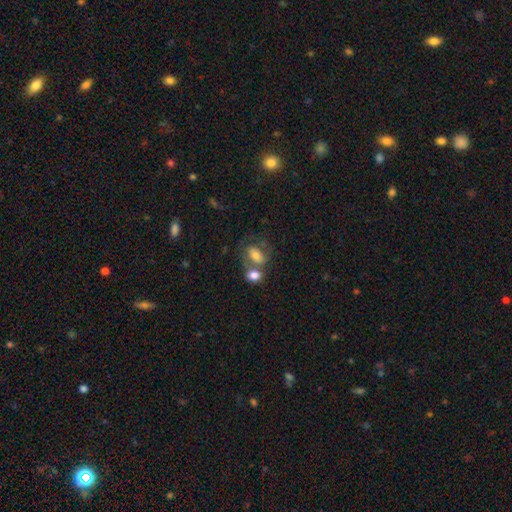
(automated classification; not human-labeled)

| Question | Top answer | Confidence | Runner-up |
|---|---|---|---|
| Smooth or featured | smooth | 66% | featured or disk (24%) |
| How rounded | in between | 77% | round (21%) |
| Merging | merger | 48% | none (31%) |